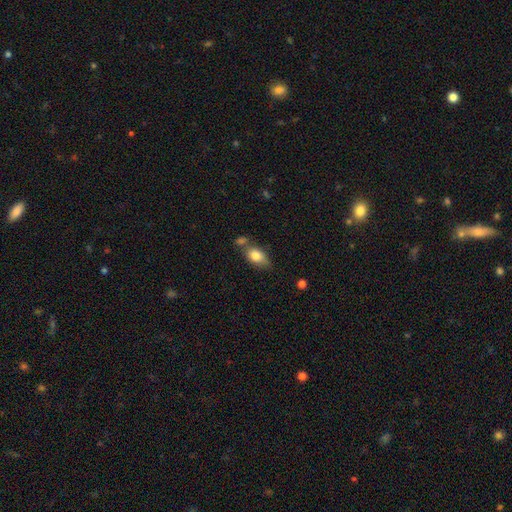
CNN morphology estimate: Overall: smooth (79%). How rounded: in between (84%). Merging: none (52%; merger 23%).